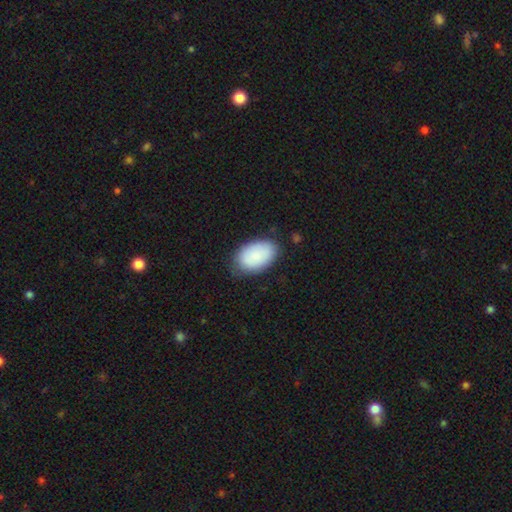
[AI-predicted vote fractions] smooth 85%, featured or disk 9%, star or artifact 6%. Down the decision tree: how rounded — in between (92%); merging — none (74%).